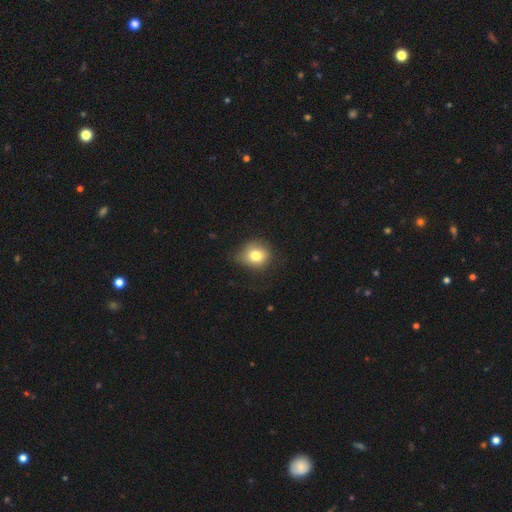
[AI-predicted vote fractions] The model was most divided on "merging": none: 66%, minor disturbance: 26%, major disturbance: 7%, merger: 1%. More confident: smooth or featured — smooth (78%); how rounded — round (75%).